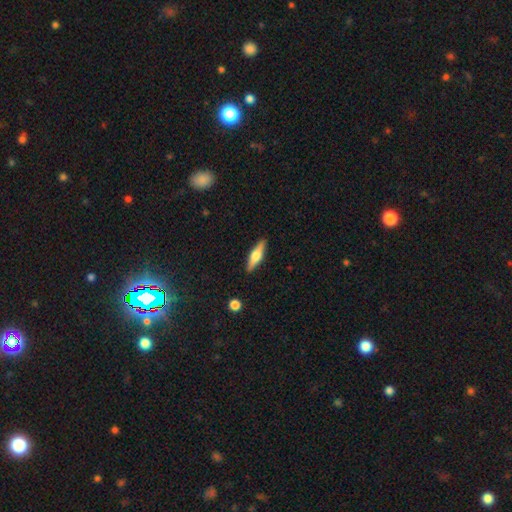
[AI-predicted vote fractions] smooth_or_featured: featured or disk (p=0.54) [alt: smooth p=0.40]
disk_edge_on: yes (p=0.95) [alt: no p=0.05]
edge_on_bulge: rounded (p=0.92) [alt: boxy p=0.06]
merging: none (p=0.90) [alt: minor disturbance p=0.07]